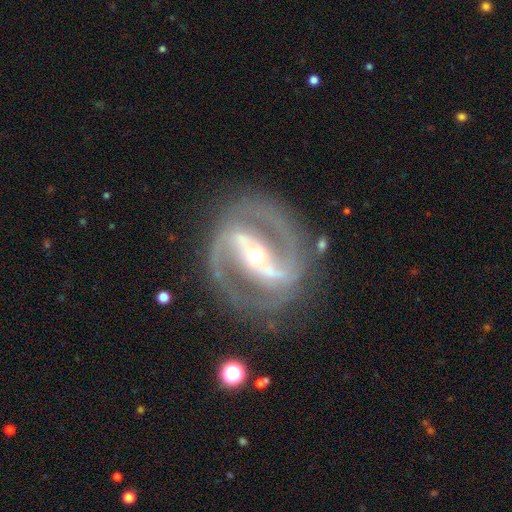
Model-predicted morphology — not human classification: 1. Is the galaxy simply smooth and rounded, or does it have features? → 91% featured or disk, 5% star or artifact, 4% smooth.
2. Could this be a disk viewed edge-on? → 96% no, 4% yes.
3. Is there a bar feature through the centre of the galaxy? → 73% strong, 18% weak, 9% no.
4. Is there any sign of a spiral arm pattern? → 97% yes, 3% no.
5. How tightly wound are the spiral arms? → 56% medium, 34% tight, 10% loose.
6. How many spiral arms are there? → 91% 2, 3% 3, 2% can't tell, 1% 1, 1% 4, 1% more than 4.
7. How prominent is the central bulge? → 50% moderate, 44% small, 3% large, 1% dominant, 1% none.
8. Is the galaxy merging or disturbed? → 80% none, 12% minor disturbance, 6% major disturbance, 2% merger.